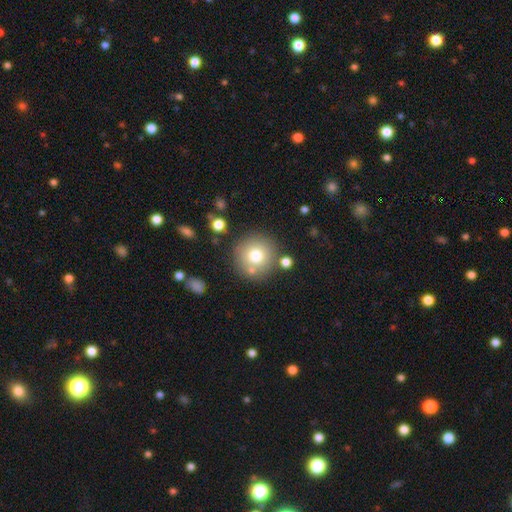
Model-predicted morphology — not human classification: smooth_or_featured: smooth (p=0.75) [alt: featured or disk p=0.14]
how_rounded: round (p=0.94) [alt: in between p=0.05]
merging: none (p=0.79) [alt: minor disturbance p=0.10]